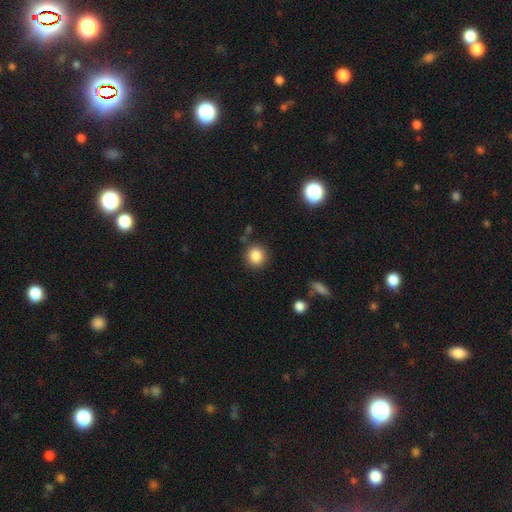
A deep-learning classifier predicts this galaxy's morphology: Smooth or featured? Predicted: smooth (p=0.85). How rounded? Predicted: round (p=0.91). Merging? Predicted: none (p=0.86).